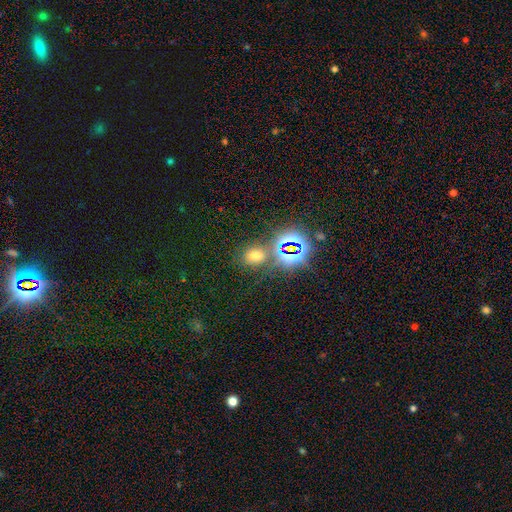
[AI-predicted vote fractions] Smooth or featured?
  - smooth: 51% *
  - star or artifact: 41%
  - featured or disk: 8%
How rounded?
  - in between: 52% *
  - round: 47%
  - cigar-shaped: 2%
Merging?
  - none: 74% *
  - merger: 12%
  - minor disturbance: 10%
  - major disturbance: 4%